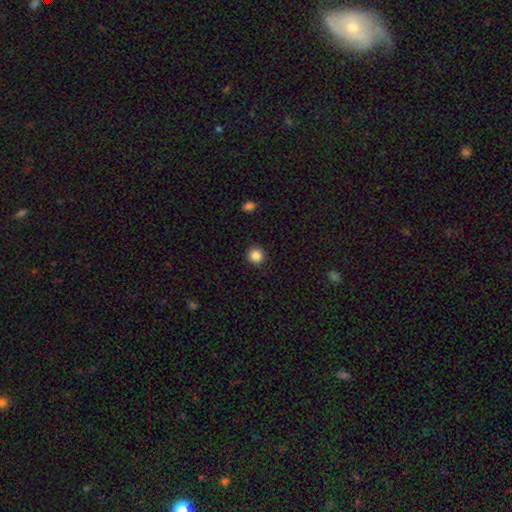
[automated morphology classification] smooth-or-featured: smooth: 86% | star or artifact: 11% | featured or disk: 3%
  how-rounded: round: 94% | in between: 5% | cigar-shaped: 1%
  merging: none: 92% | minor disturbance: 6% | major disturbance: 2% | merger: 1%